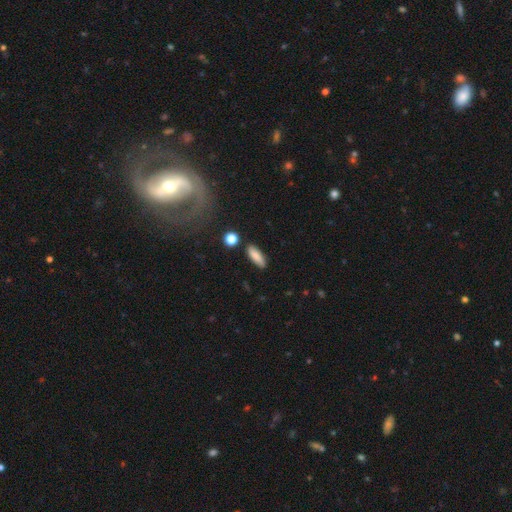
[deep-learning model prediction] smooth-or-featured: smooth: 83% | featured or disk: 10% | star or artifact: 7%
  how-rounded: in between: 52% | cigar-shaped: 45% | round: 3%
  merging: none: 85% | minor disturbance: 10% | merger: 3% | major disturbance: 2%